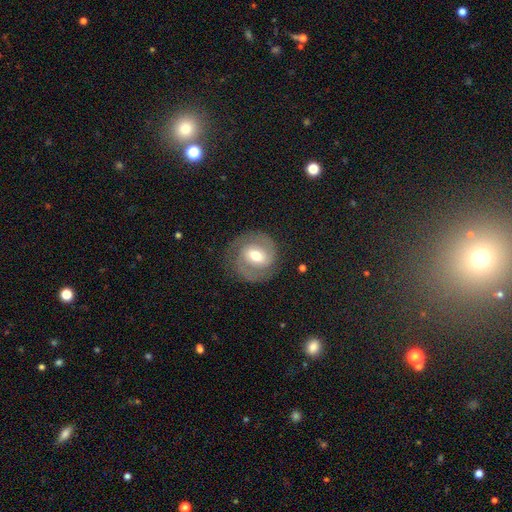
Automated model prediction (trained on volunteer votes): A featured or disk galaxy (81%) with a weak bar (49%), 2 (88%) tight (52%) spiral arms (93%) and a moderate central bulge (69%).

Vote fractions:
- Smooth or featured? featured or disk: 81% / smooth: 14% / star or artifact: 6%
- Edge-on disk? no: 98% / yes: 2%
- Bar? weak: 49% / no: 29% / strong: 21%
- Spiral arms? yes: 93% / no: 7%
- Spiral winding? tight: 52% / medium: 40% / loose: 9%
- Spiral arm count? 2: 88% / can't tell: 5% / 1: 3% / 3: 2% / 4: 1% / more than 4: 1%
- Bulge size? moderate: 69% / small: 19% / large: 10% / dominant: 1% / none: 1%
- Merging? none: 82% / minor disturbance: 12% / major disturbance: 6% / merger: 1%